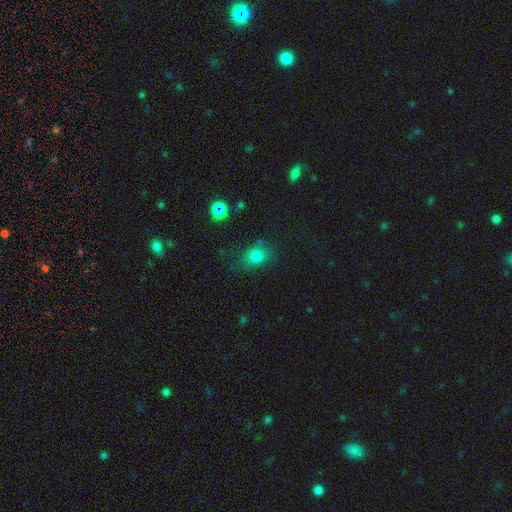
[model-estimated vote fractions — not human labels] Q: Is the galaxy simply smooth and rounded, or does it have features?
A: smooth — 77%.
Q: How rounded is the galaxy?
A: round — 55%.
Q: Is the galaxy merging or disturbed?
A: none — 69%.